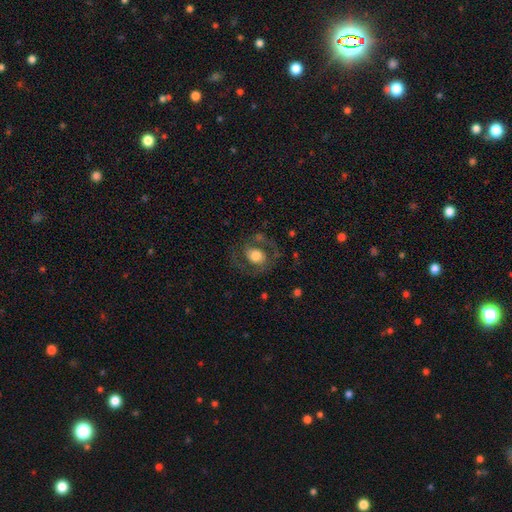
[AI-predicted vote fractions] This appears to be a featured or disk galaxy (55%) with no bar (70%), spiral arms (65%) and a moderate central bulge (46%). Merging: none (69%).